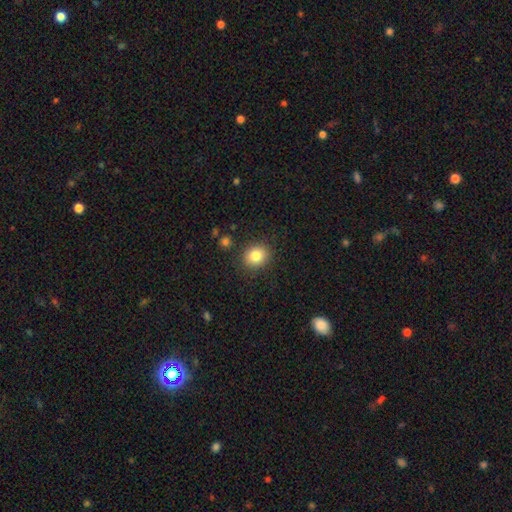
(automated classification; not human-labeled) Overall: smooth (83%). How rounded: round (70%). Merging: none (87%).